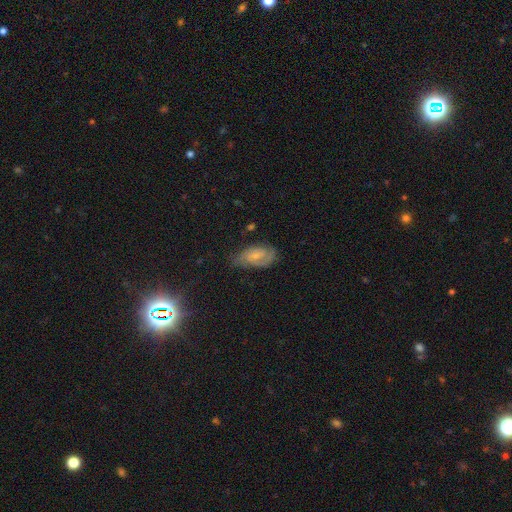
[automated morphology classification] Smooth or featured? Predicted: featured or disk (p=0.60). Edge-on disk? Predicted: no (p=0.95). Bar? Predicted: weak (p=0.47). Spiral arms? Predicted: yes (p=0.88). Bulge size? Predicted: small (p=0.50). Merging? Predicted: none (p=0.61).